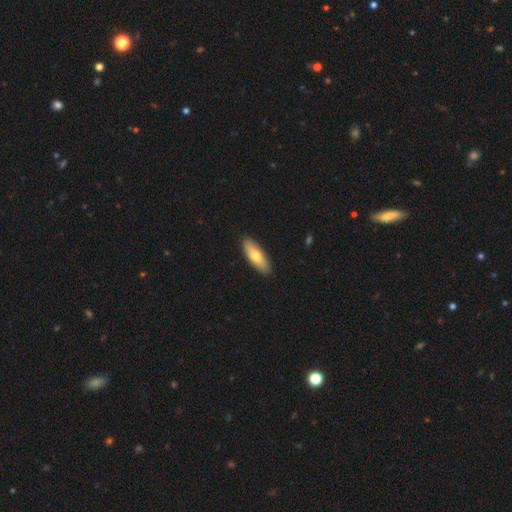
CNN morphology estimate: smooth-or-featured: smooth: 70% | featured or disk: 24% | star or artifact: 5%
  how-rounded: in between: 63% | cigar-shaped: 35% | round: 2%
  merging: none: 90% | minor disturbance: 8% | major disturbance: 2% | merger: 1%